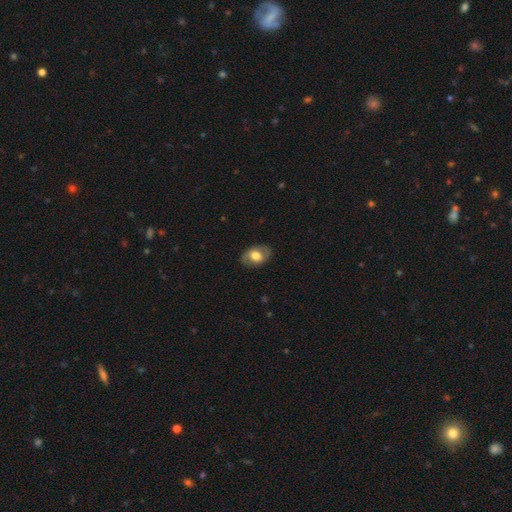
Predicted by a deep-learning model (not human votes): A smooth galaxy with no disk features (57%) that is in between round and cigar-shaped (81%). Merging: none (82%).